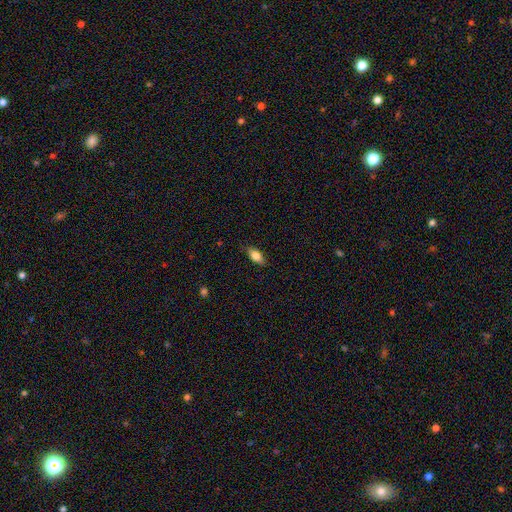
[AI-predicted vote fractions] smooth-or-featured: smooth: 77% | featured or disk: 15% | star or artifact: 7%
  how-rounded: in between: 84% | cigar-shaped: 12% | round: 4%
  merging: none: 83% | minor disturbance: 13% | major disturbance: 3% | merger: 1%